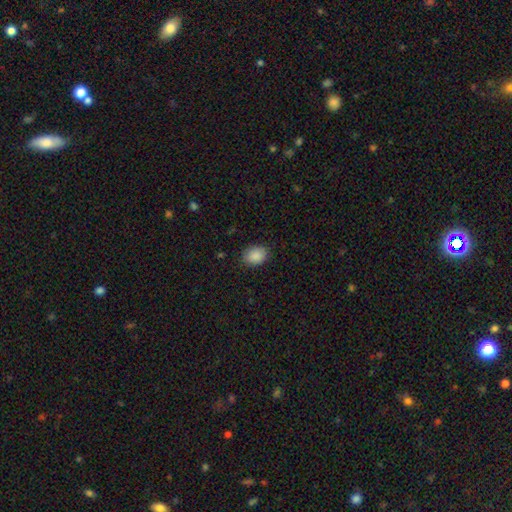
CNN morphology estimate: smooth_or_featured: smooth (p=0.89) [alt: star or artifact p=0.08]
how_rounded: in between (p=0.65) [alt: round p=0.34]
merging: none (p=0.86) [alt: minor disturbance p=0.11]